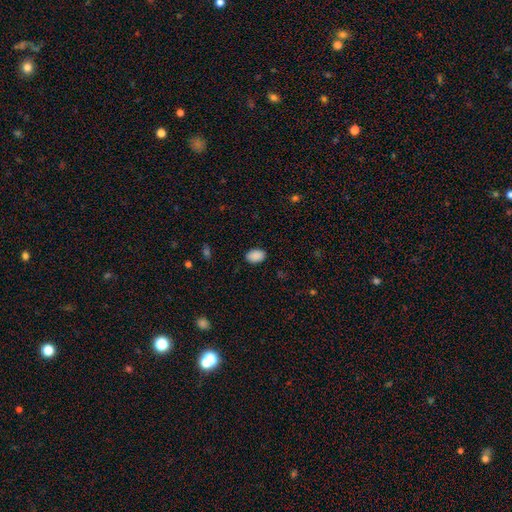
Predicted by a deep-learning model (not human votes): Smooth or featured? Predicted: smooth (p=0.89). How rounded? Predicted: in between (p=0.86). Merging? Predicted: none (p=0.87).